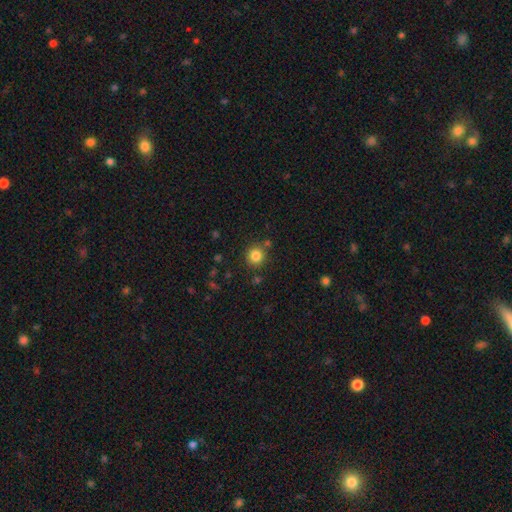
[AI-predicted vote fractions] Overall: smooth (83%). How rounded: round (93%). Merging: none (83%).